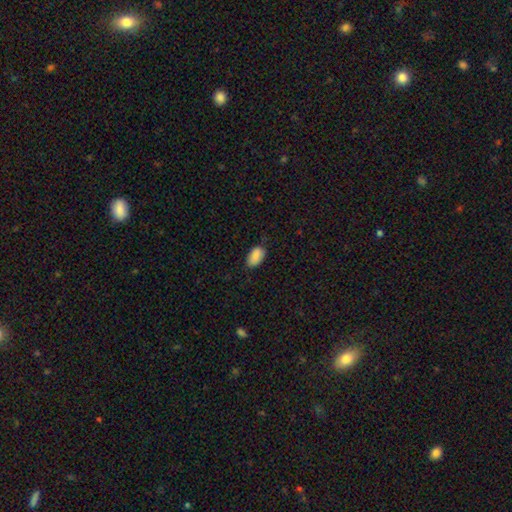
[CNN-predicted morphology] Q: Smooth or featured?
A: smooth (88%); runner-up: star or artifact (7%)
Q: How rounded?
A: in between (94%); runner-up: round (4%)
Q: Merging?
A: none (80%); runner-up: minor disturbance (16%)